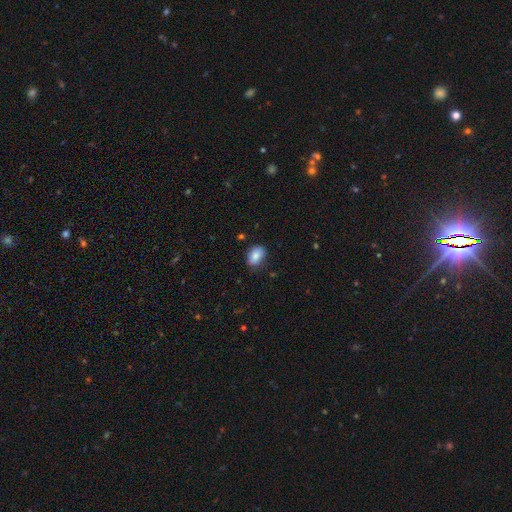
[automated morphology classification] Overall: smooth (85%). How rounded: in between (83%). Merging: none (77%).